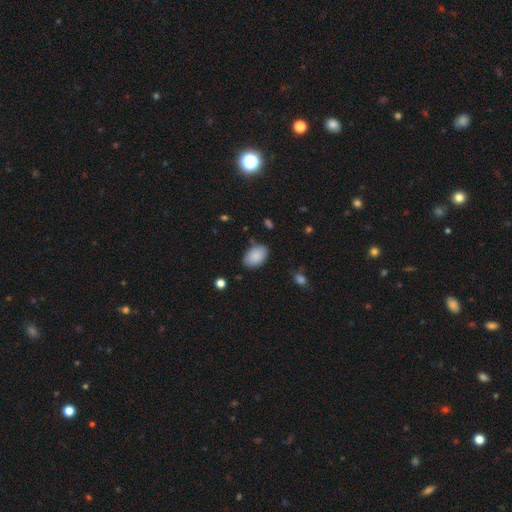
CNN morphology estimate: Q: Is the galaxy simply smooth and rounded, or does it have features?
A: smooth — 88%.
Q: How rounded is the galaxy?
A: in between — 91%.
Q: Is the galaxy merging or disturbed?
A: none — 81%.